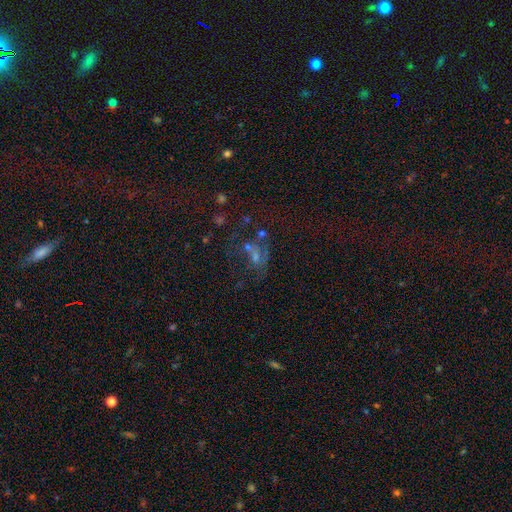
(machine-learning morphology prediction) Smooth or featured? Predicted: featured or disk (p=0.38). Merging? Predicted: none (p=0.39).